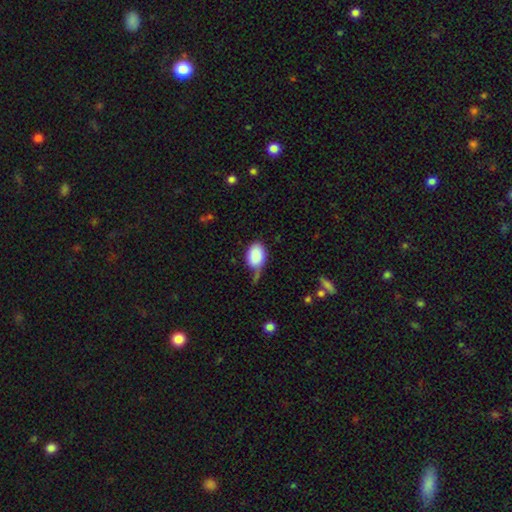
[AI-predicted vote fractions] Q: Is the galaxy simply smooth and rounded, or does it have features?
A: smooth — 87%.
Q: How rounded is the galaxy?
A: in between — 82%.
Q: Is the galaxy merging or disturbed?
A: none — 44%.